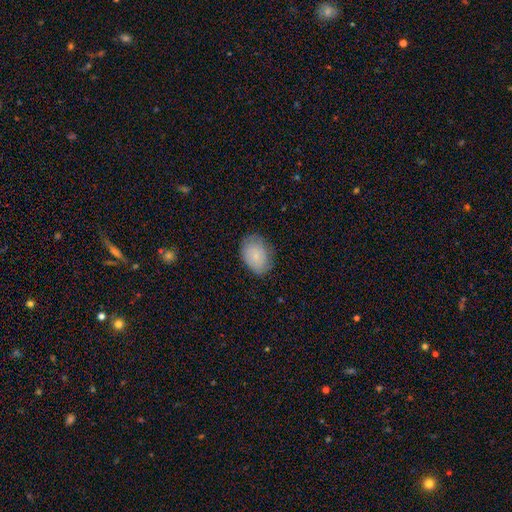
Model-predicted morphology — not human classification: A smooth galaxy with no disk features (76%) that is in between round and cigar-shaped (83%).

Vote fractions:
- Smooth or featured? smooth: 76% / featured or disk: 16% / star or artifact: 7%
- How rounded? in between: 83% / round: 16% / cigar-shaped: 1%
- Merging? none: 75% / minor disturbance: 20% / major disturbance: 5% / merger: 1%